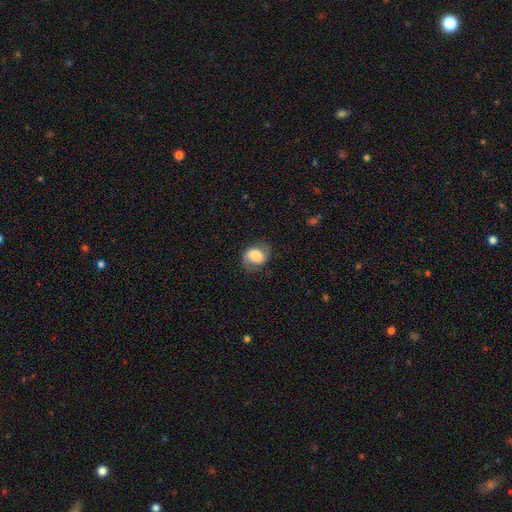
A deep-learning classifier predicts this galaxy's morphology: A smooth galaxy with no disk features (62%) that is in between round and cigar-shaped (57%).

Vote fractions:
- Smooth or featured? smooth: 62% / featured or disk: 30% / star or artifact: 8%
- How rounded? in between: 57% / round: 42% / cigar-shaped: 1%
- Merging? none: 71% / minor disturbance: 20% / major disturbance: 9% / merger: 1%